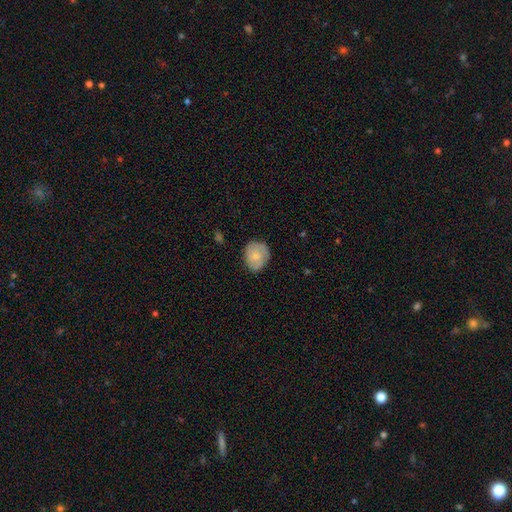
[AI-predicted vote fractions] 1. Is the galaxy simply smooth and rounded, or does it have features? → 71% smooth, 22% featured or disk, 7% star or artifact.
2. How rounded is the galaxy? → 68% round, 31% in between, 1% cigar-shaped.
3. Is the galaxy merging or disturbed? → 70% none, 24% minor disturbance, 5% major disturbance, 1% merger.